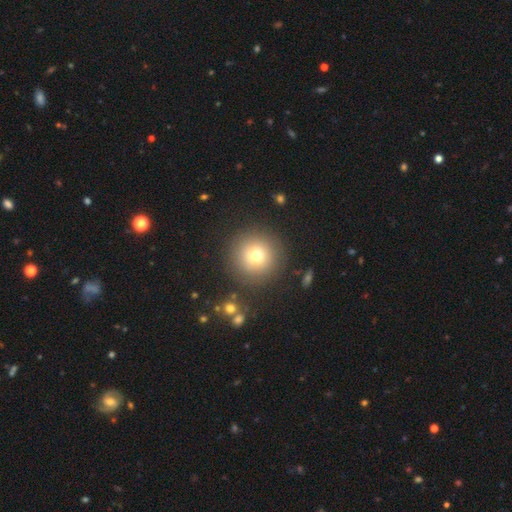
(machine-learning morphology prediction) smooth_or_featured: smooth (p=0.74) [alt: star or artifact p=0.14]
how_rounded: round (p=0.96) [alt: in between p=0.03]
merging: none (p=0.88) [alt: minor disturbance p=0.07]